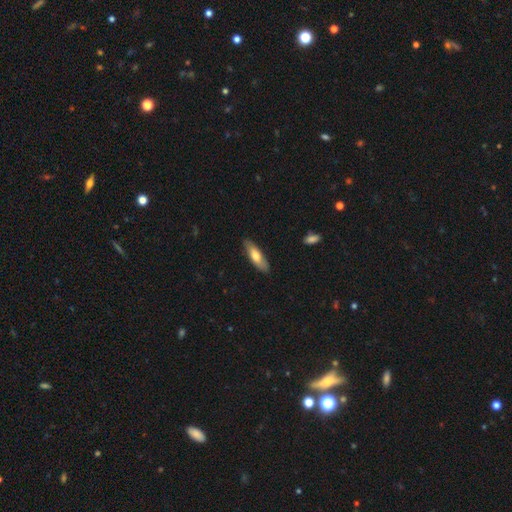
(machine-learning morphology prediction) type=smooth (64%); roundness=in between (50%); merging=none (86%).